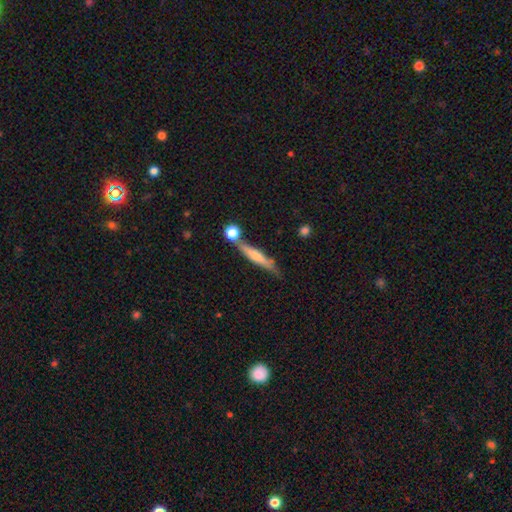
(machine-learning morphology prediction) smooth_or_featured: smooth (p=0.48) [alt: featured or disk p=0.45]
merging: none (p=0.60) [alt: merger p=0.18]